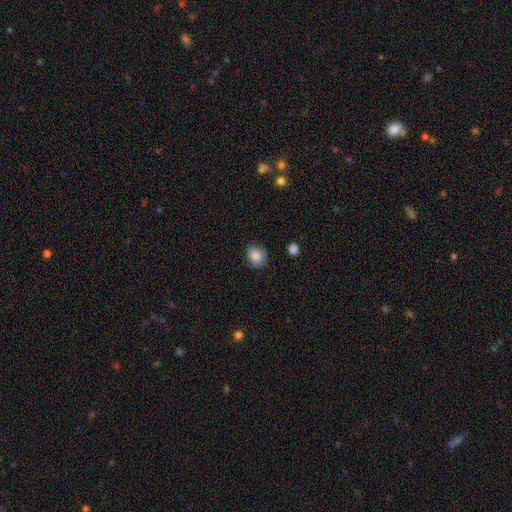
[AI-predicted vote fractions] Morphology: type=smooth (86%); roundness=round (61%); merging=none (75%).